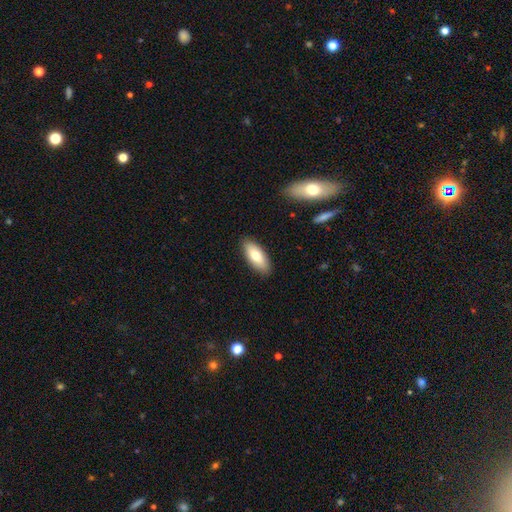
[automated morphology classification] Smooth or featured? Predicted: smooth (p=0.75). How rounded? Predicted: in between (p=0.85). Merging? Predicted: none (p=0.88).